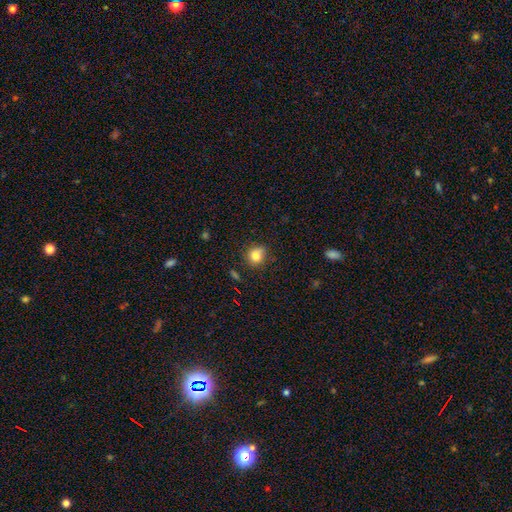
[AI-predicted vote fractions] smooth_or_featured: smooth (p=0.81) [alt: star or artifact p=0.11]
how_rounded: round (p=0.77) [alt: in between p=0.22]
merging: none (p=0.74) [alt: minor disturbance p=0.19]